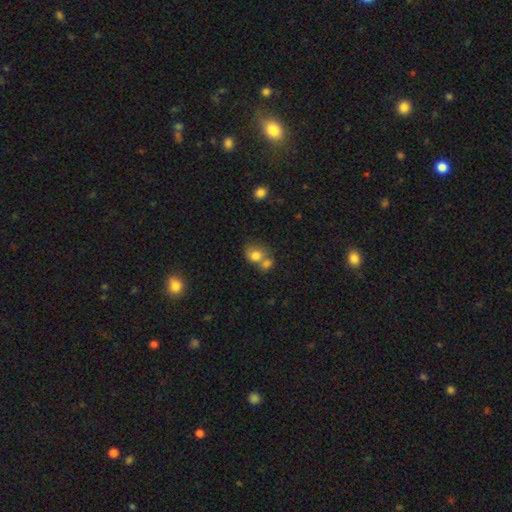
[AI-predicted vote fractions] smooth_or_featured: smooth (p=0.74) [alt: featured or disk p=0.16]
how_rounded: round (p=0.57) [alt: in between p=0.42]
merging: merger (p=0.56) [alt: none p=0.28]